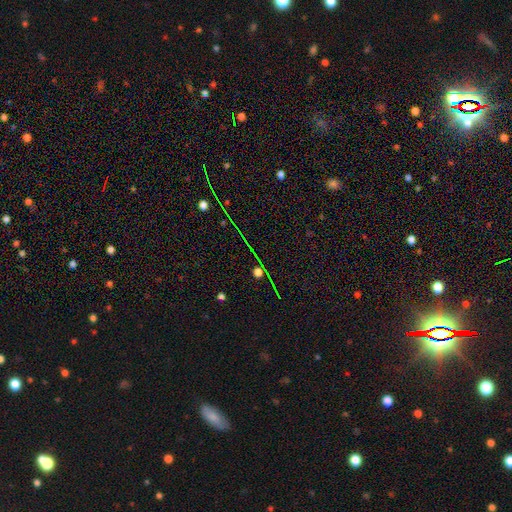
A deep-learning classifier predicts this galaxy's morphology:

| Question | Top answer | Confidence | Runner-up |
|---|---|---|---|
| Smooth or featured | star or artifact | 70% | smooth (17%) |